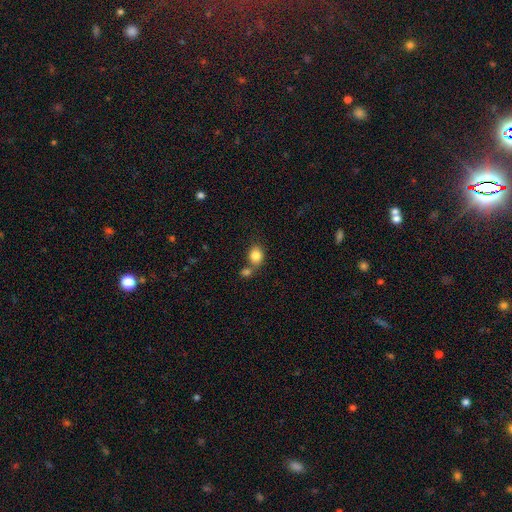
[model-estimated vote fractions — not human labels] smooth 83%, star or artifact 9%, featured or disk 7%. Down the decision tree: how rounded — round (57%); merging — none (52%).